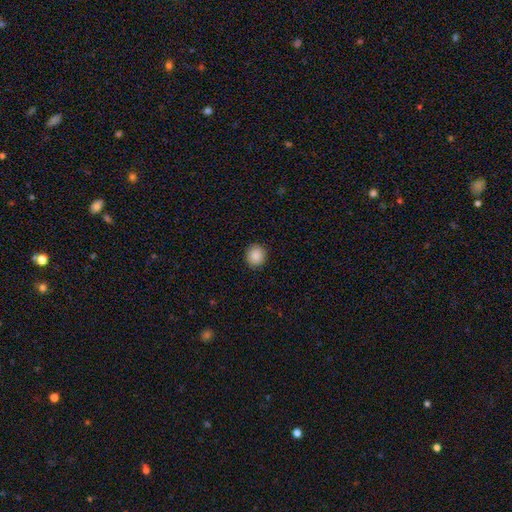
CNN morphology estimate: Smooth or featured?
  - smooth: 88% *
  - star or artifact: 9%
  - featured or disk: 4%
How rounded?
  - round: 85% *
  - in between: 15%
  - cigar-shaped: 1%
Merging?
  - none: 91% *
  - minor disturbance: 6%
  - major disturbance: 2%
  - merger: 1%